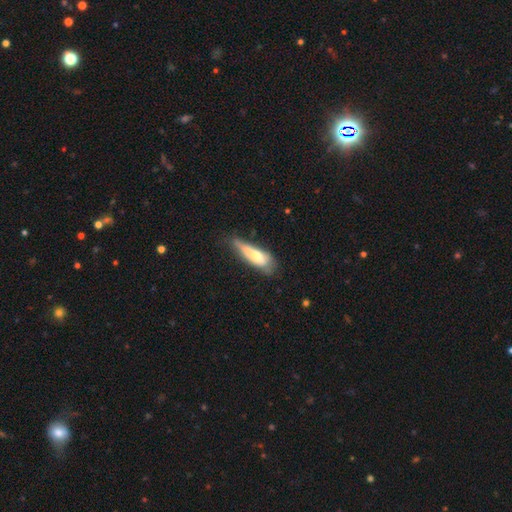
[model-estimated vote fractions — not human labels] Smooth or featured? smooth (67%)
How rounded? cigar-shaped (58%)
Merging? none (39%, tied with minor disturbance)